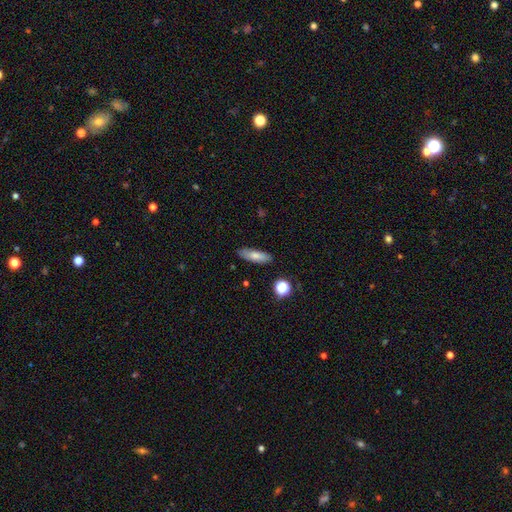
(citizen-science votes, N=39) A smooth galaxy with no disk features (67%) that is in between round and cigar-shaped (58%). Merging: none (94%).